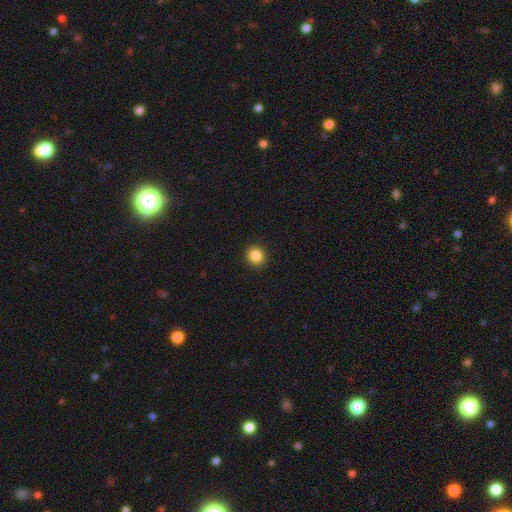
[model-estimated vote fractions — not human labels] smooth 86%, star or artifact 10%, featured or disk 4%. Down the decision tree: how rounded — round (90%); merging — none (93%).